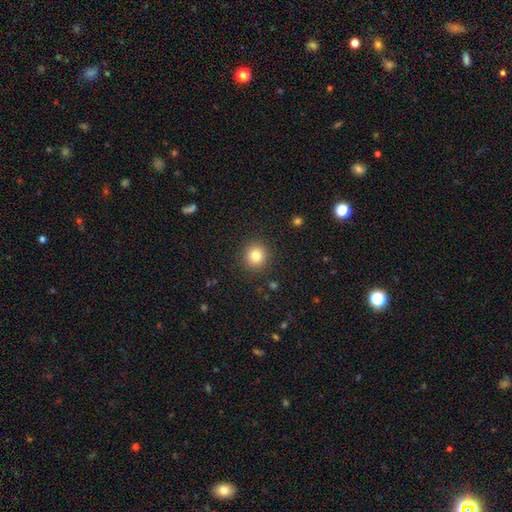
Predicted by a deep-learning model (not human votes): Smooth or featured?
  - smooth: 82% *
  - star or artifact: 11%
  - featured or disk: 7%
How rounded?
  - round: 92% *
  - in between: 7%
  - cigar-shaped: 1%
Merging?
  - none: 91% *
  - minor disturbance: 6%
  - major disturbance: 2%
  - merger: 1%